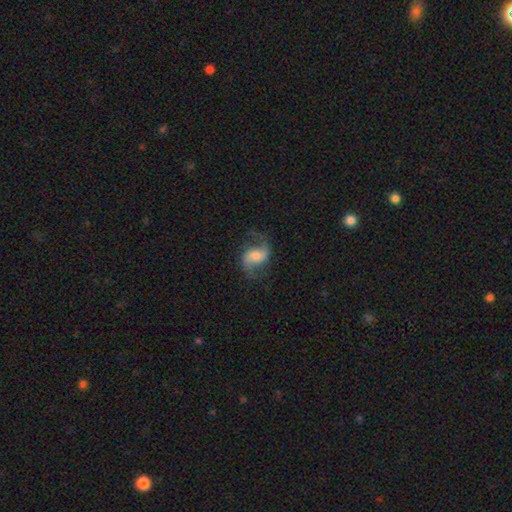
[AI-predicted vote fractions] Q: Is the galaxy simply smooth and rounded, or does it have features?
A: featured or disk — 78%.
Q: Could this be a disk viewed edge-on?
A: no — 97%.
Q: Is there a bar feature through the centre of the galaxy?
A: no — 43%.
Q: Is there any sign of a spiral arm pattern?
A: yes — 95%.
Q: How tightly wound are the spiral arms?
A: loose — 63%.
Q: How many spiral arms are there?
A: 2 — 91%.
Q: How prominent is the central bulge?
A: small — 38%, tied with moderate.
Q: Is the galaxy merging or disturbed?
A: none — 70%.